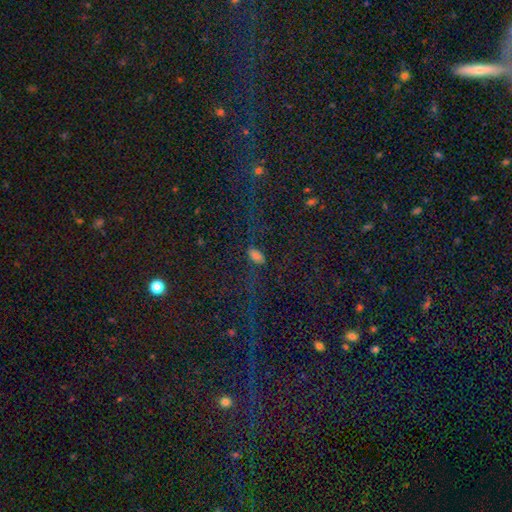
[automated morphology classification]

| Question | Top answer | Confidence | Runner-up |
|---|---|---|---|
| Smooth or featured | smooth | 58% | star or artifact (31%) |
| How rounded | in between | 86% | cigar-shaped (7%) |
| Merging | none | 63% | minor disturbance (17%) |